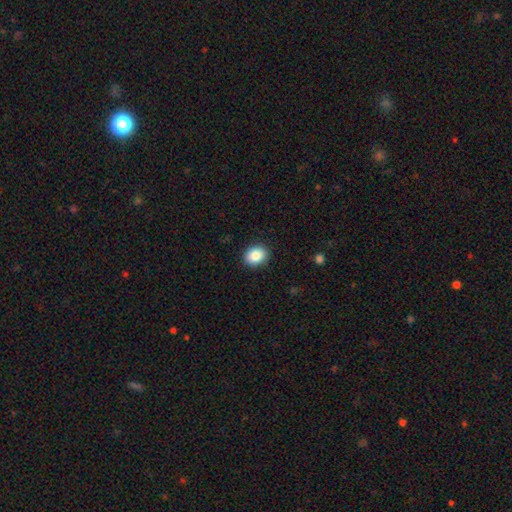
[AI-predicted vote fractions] smooth 86%, star or artifact 9%, featured or disk 5%. Down the decision tree: how rounded — in between (50%, tied with round); merging — none (90%).